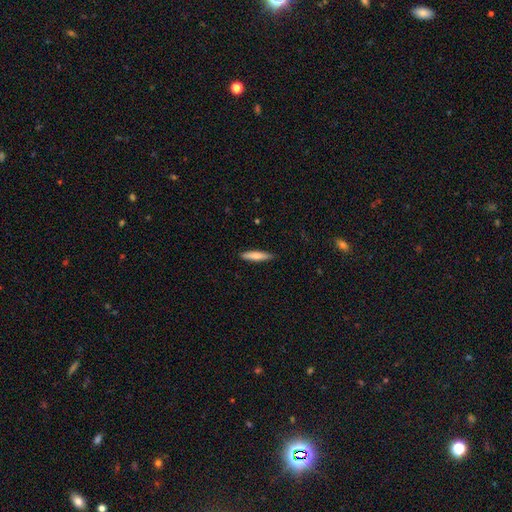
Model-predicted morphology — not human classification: Smooth or featured: smooth — 74% (featured or disk — 21%)
How rounded: cigar-shaped — 85% (in between — 14%)
Merging: none — 90% (minor disturbance — 8%)